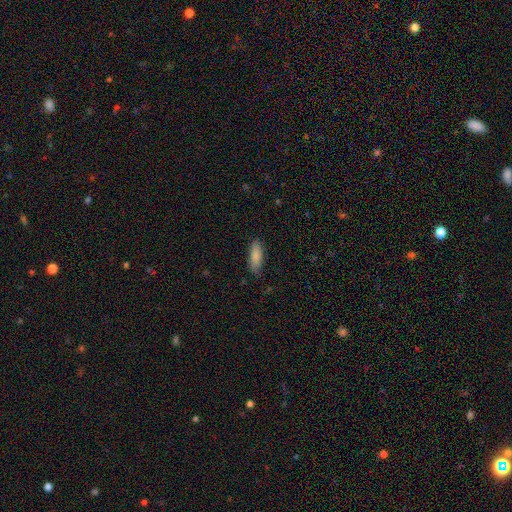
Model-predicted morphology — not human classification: Smooth or featured? smooth (85%)
How rounded? in between (58%)
Merging? none (83%)